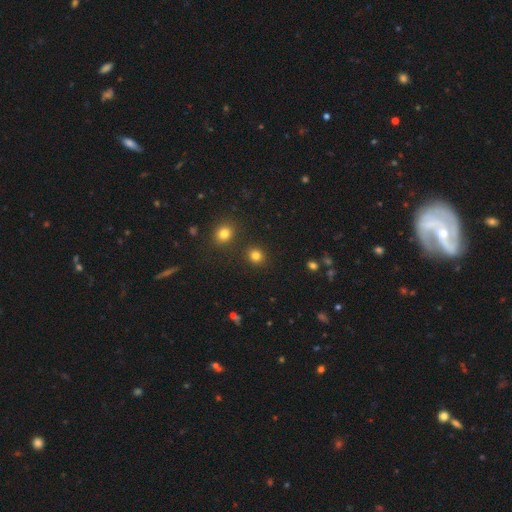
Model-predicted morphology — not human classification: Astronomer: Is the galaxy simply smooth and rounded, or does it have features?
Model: smooth — 81%.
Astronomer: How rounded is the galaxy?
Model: round — 86%.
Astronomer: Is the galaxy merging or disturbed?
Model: none — 88%.